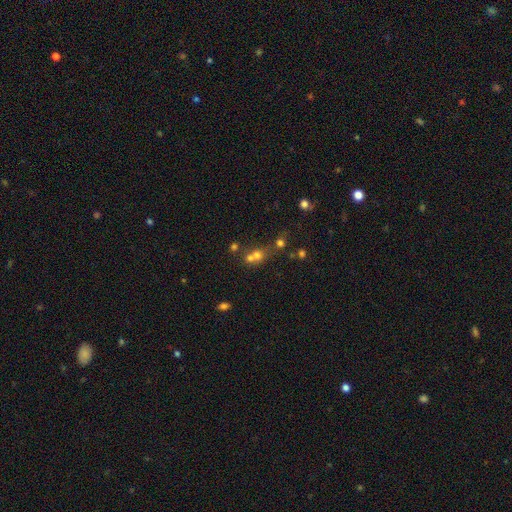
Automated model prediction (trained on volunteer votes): The model was most divided on "merging": merger: 53%, none: 36%, minor disturbance: 7%, major disturbance: 4%. More confident: how rounded — round (79%); smooth or featured — smooth (58%).